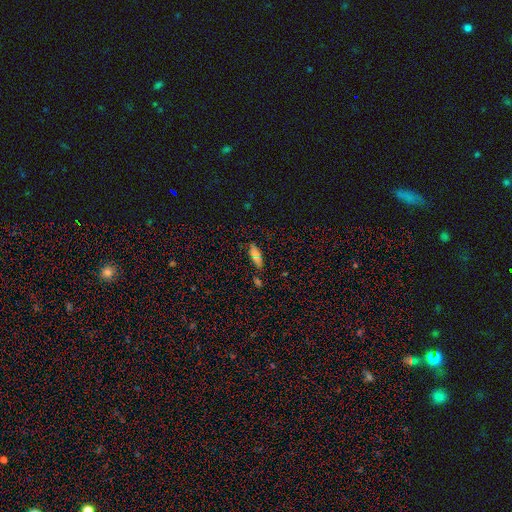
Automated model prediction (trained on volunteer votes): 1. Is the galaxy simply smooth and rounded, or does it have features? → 70% smooth, 19% featured or disk, 11% star or artifact.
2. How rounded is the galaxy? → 61% in between, 36% cigar-shaped, 3% round.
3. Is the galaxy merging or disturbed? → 75% none, 17% minor disturbance, 5% merger, 4% major disturbance.